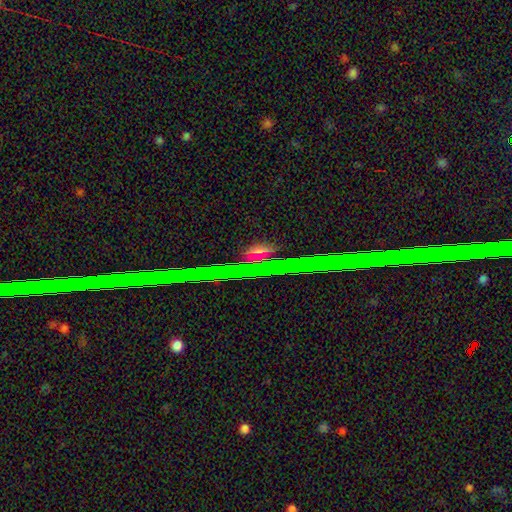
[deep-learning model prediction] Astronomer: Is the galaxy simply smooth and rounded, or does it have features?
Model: star or artifact — 55%.